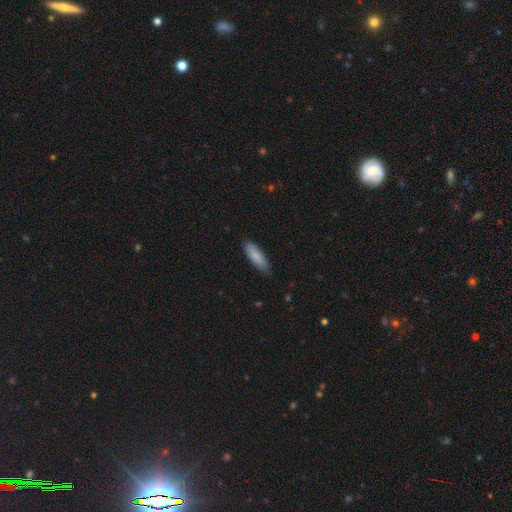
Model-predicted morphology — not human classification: type=smooth (85%); roundness=in between (57%); merging=none (83%).